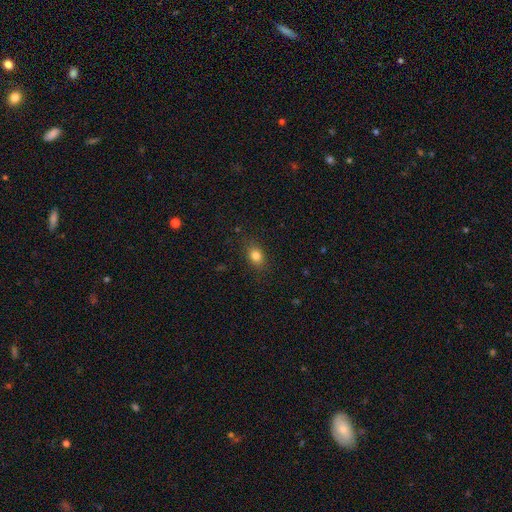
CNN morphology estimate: This appears to be a smooth galaxy with no disk features (82%) that is in between round and cigar-shaped (65%). Merging: none (84%).